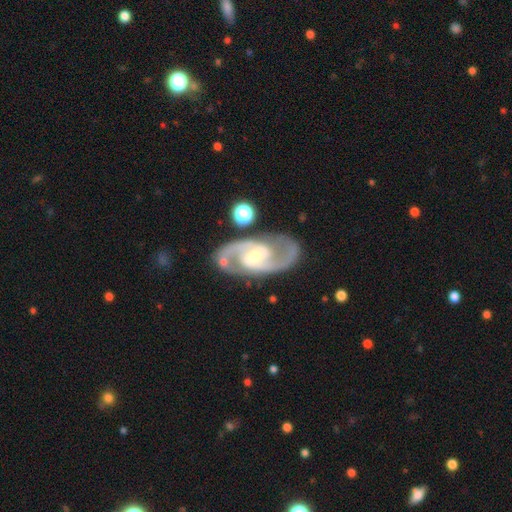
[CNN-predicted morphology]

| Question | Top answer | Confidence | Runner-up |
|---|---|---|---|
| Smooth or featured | featured or disk | 91% | star or artifact (4%) |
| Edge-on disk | no | 97% | yes (3%) |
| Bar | weak | 46% | strong (30%) |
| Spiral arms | yes | 98% | no (2%) |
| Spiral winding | medium | 62% | tight (25%) |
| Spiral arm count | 2 | 93% | can't tell (2%) |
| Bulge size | small | 48% | moderate (46%) |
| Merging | none | 81% | minor disturbance (12%) |